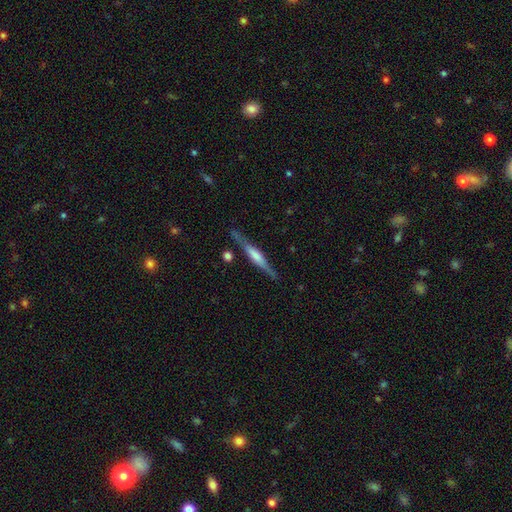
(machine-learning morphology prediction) Q: Smooth or featured?
A: featured or disk (70%); runner-up: smooth (25%)
Q: Edge-on disk?
A: yes (96%); runner-up: no (4%)
Q: Edge-on bulge?
A: boxy (46%); runner-up: rounded (40%)
Q: Merging?
A: none (81%); runner-up: minor disturbance (13%)